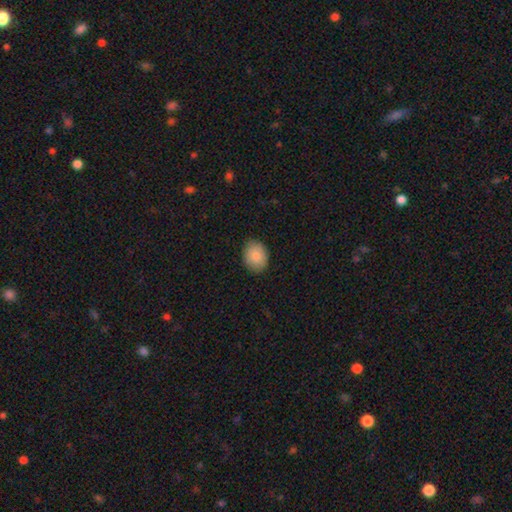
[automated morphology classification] Smooth or featured? Predicted: smooth (p=0.86). How rounded? Predicted: in between (p=0.57). Merging? Predicted: none (p=0.87).